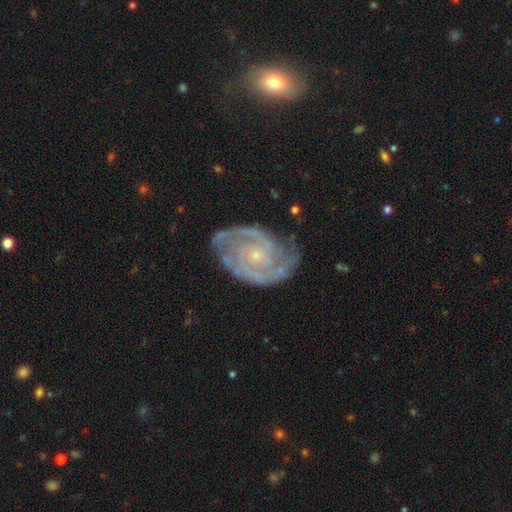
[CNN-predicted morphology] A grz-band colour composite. It shows a featured or disk galaxy (88%) with no bar (70%), 2 (54%) tight (60%) spiral arms (96%) and a small central bulge (79%). Merging: none (70%).